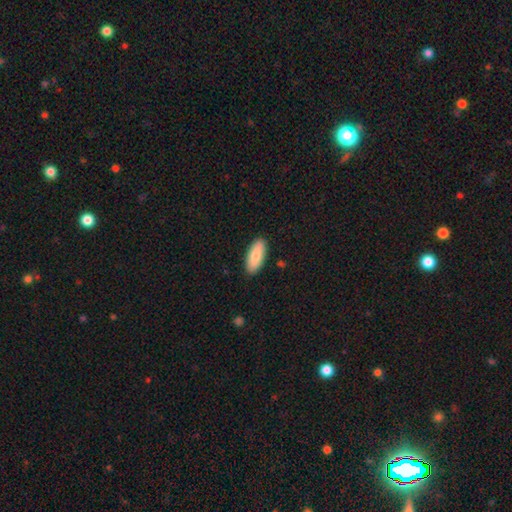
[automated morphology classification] This appears to be a smooth galaxy with no disk features (84%) that is in between round and cigar-shaped (83%). Merging: none (89%).